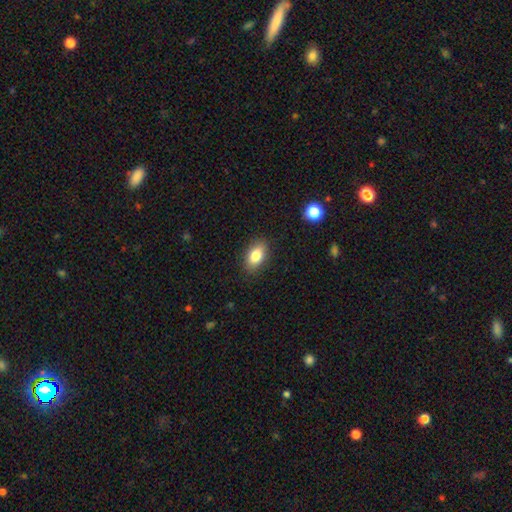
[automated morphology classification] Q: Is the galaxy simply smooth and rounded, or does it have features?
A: smooth — 82%.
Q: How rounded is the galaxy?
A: in between — 89%.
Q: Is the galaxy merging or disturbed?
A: none — 88%.